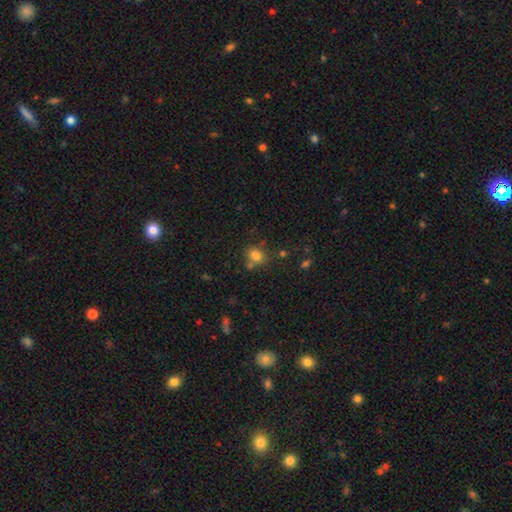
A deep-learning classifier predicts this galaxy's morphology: A smooth galaxy with no disk features (77%) that is round (58%).

Vote fractions:
- Smooth or featured? smooth: 77% / star or artifact: 14% / featured or disk: 9%
- How rounded? round: 58% / in between: 41% / cigar-shaped: 1%
- Merging? none: 64% / merger: 17% / minor disturbance: 14% / major disturbance: 5%